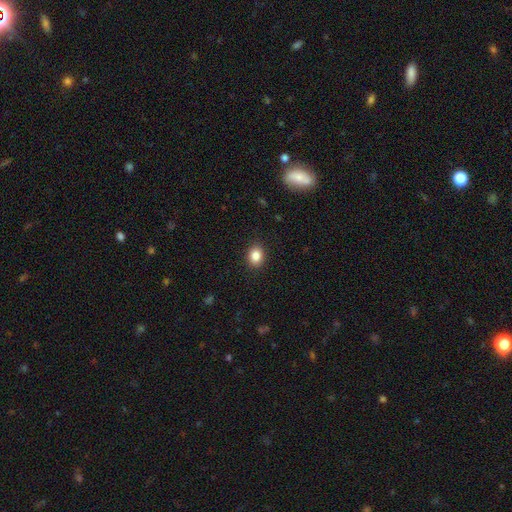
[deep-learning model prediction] smooth_or_featured: smooth (p=0.85) [alt: star or artifact p=0.10]
how_rounded: round (p=0.52) [alt: in between p=0.47]
merging: none (p=0.90) [alt: minor disturbance p=0.07]